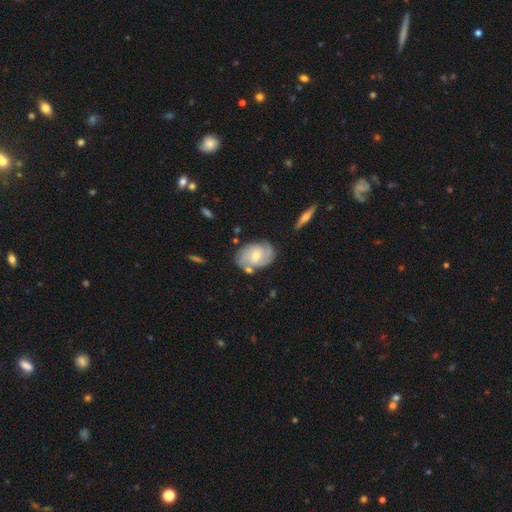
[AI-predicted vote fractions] This appears to be a featured or disk galaxy (66%) with no bar (58%), 2 (44%) tight (45%) spiral arms (88%) and a moderate central bulge (48%). Merging: none (68%).